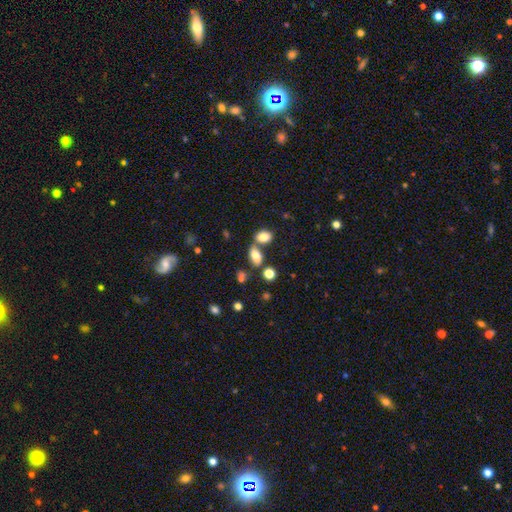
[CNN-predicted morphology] A smooth galaxy with no disk features (81%) that is in between round and cigar-shaped (85%). Merging: none (55%).